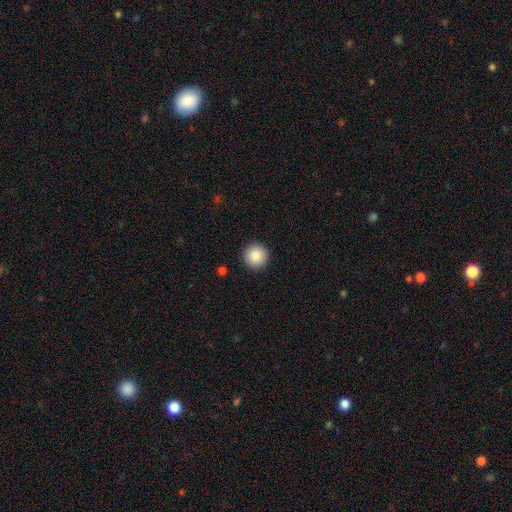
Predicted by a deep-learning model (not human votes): smooth-or-featured: smooth: 86% | star or artifact: 8% | featured or disk: 5%
  how-rounded: round: 96% | in between: 3% | cigar-shaped: 1%
  merging: none: 93% | minor disturbance: 5% | major disturbance: 2% | merger: 1%